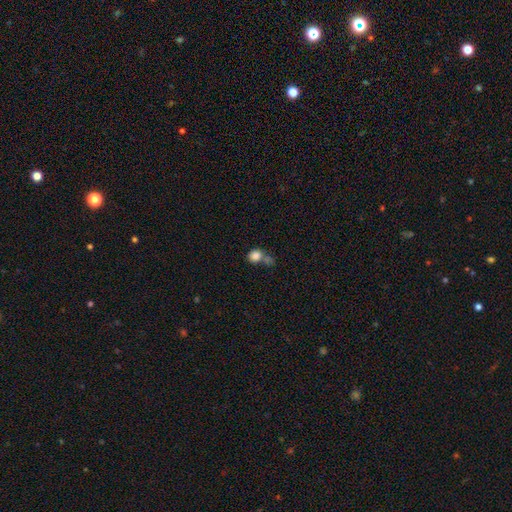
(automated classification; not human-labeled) A smooth galaxy with no disk features (82%) that is round (68%). Merging: merger (38%, tied with none).